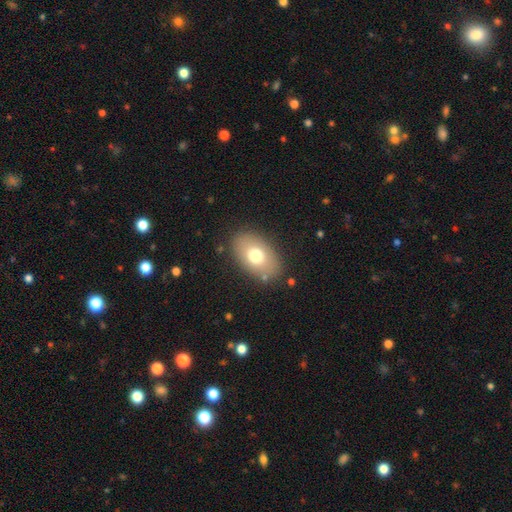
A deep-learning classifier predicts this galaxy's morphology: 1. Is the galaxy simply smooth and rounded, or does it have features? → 72% smooth, 19% featured or disk, 9% star or artifact.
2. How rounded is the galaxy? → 88% in between, 10% round, 1% cigar-shaped.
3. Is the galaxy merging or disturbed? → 84% none, 11% minor disturbance, 4% major disturbance, 2% merger.